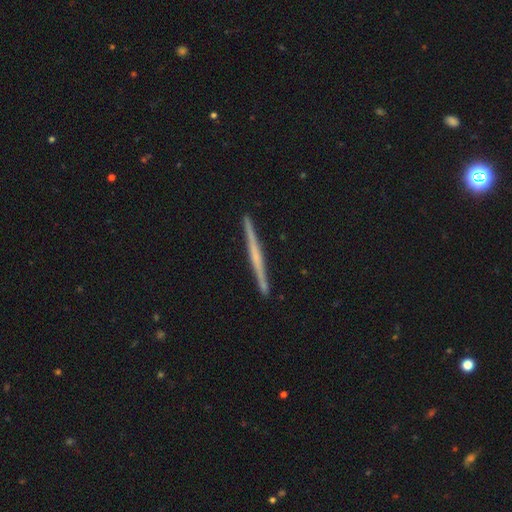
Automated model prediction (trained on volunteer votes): Morphology: type=featured or disk (65%); edge-on=yes (98%); edge-on bulge=none (68%); merging=none (92%).